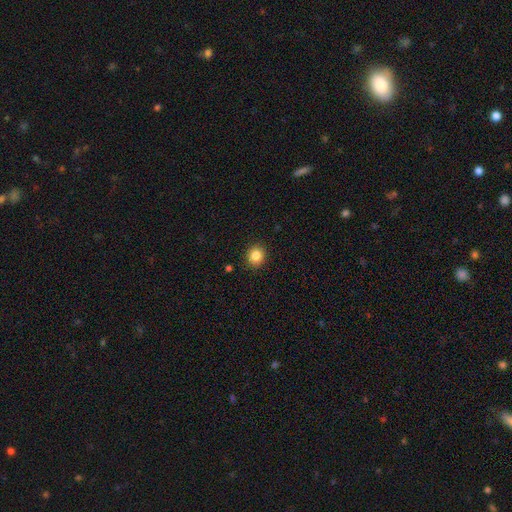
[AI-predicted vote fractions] Smooth or featured?
  - smooth: 85% *
  - star or artifact: 10%
  - featured or disk: 5%
How rounded?
  - round: 82% *
  - in between: 17%
  - cigar-shaped: 1%
Merging?
  - none: 91% *
  - minor disturbance: 6%
  - major disturbance: 2%
  - merger: 1%